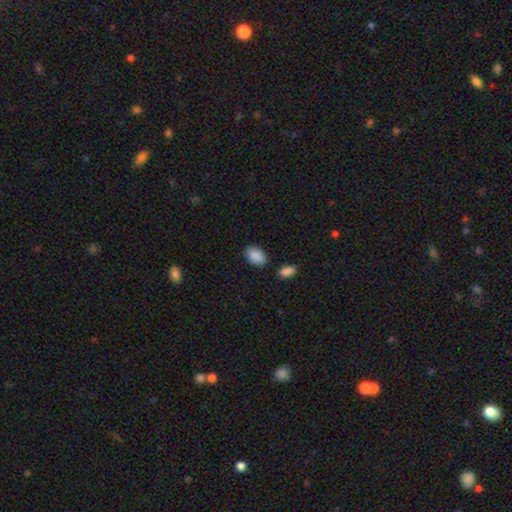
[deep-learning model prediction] The model was most divided on "merging": none: 80%, minor disturbance: 11%, merger: 6%, major disturbance: 3%. More confident: smooth or featured — smooth (90%); how rounded — in between (88%).